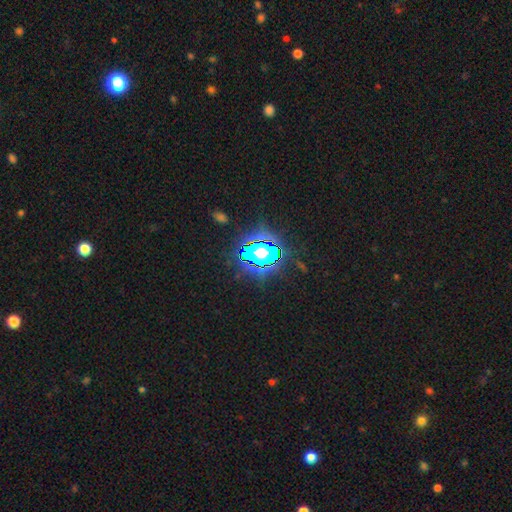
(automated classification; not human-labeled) Overall: star or artifact (78%).